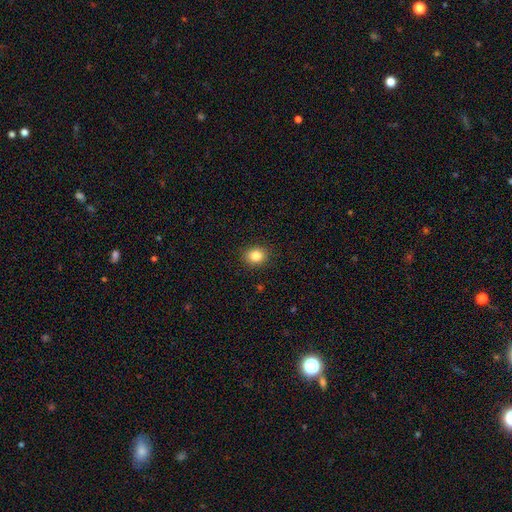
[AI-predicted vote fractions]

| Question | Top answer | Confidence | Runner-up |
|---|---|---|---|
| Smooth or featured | smooth | 85% | star or artifact (10%) |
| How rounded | round | 61% | in between (38%) |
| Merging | none | 89% | minor disturbance (8%) |